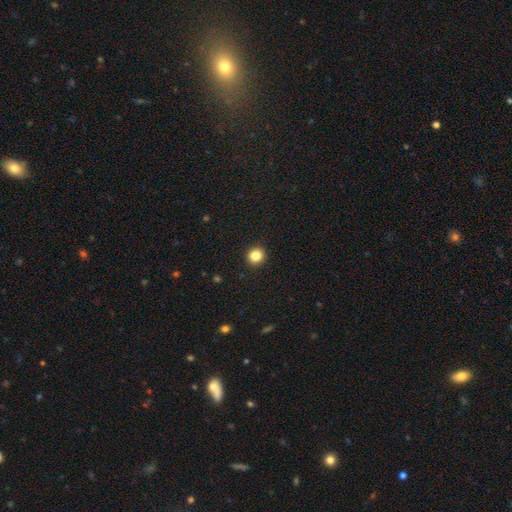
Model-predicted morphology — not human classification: This appears to be a smooth galaxy with no disk features (84%) that is round (90%). Merging: none (93%).